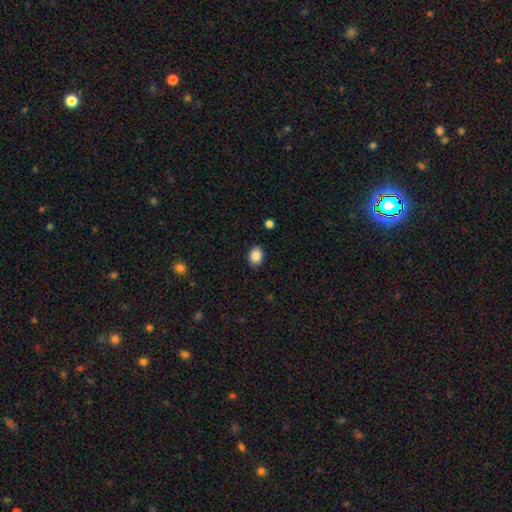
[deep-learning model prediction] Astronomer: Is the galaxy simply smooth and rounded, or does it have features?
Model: smooth — 88%.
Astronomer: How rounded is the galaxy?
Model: in between — 56% (runner-up: round, 43%).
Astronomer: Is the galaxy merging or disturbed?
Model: none — 88%.